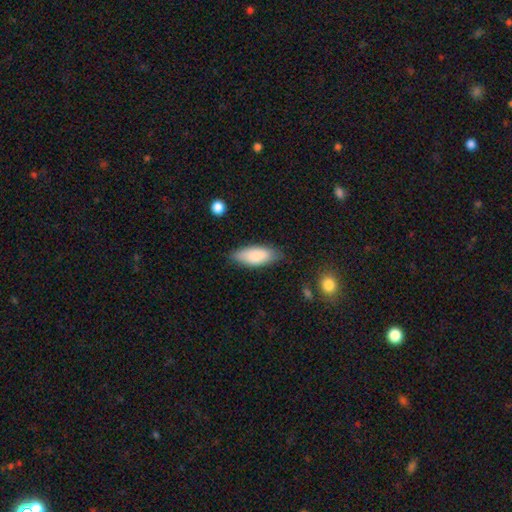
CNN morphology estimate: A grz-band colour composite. It shows a smooth galaxy with no disk features (85%) that is in between round and cigar-shaped (80%). Merging: none (77%).